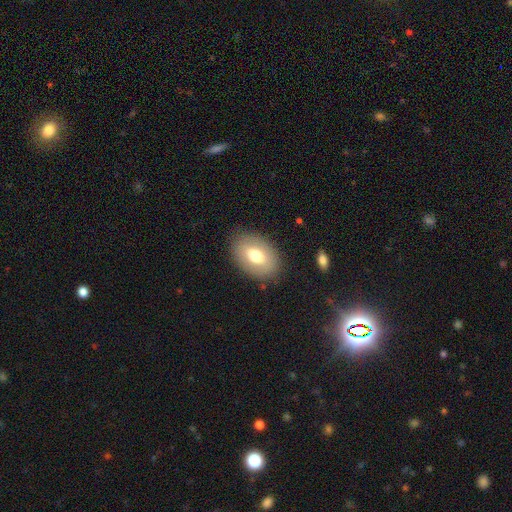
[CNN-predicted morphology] Smooth or featured? Predicted: smooth (p=0.68). How rounded? Predicted: in between (p=0.84). Merging? Predicted: none (p=0.85).